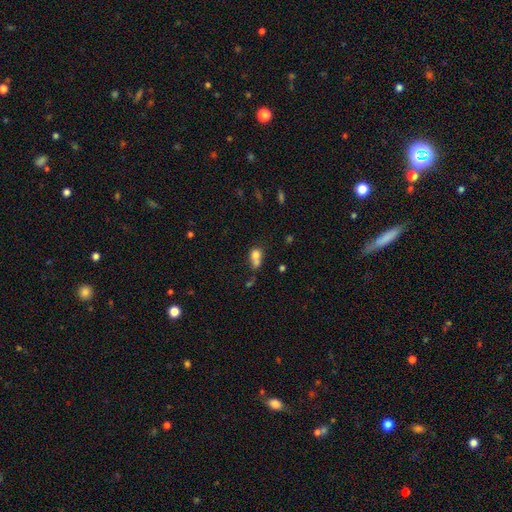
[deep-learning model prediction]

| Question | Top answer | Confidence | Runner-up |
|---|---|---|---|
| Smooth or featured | smooth | 73% | featured or disk (15%) |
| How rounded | round | 51% | in between (46%) |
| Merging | merger | 53% | none (25%) |